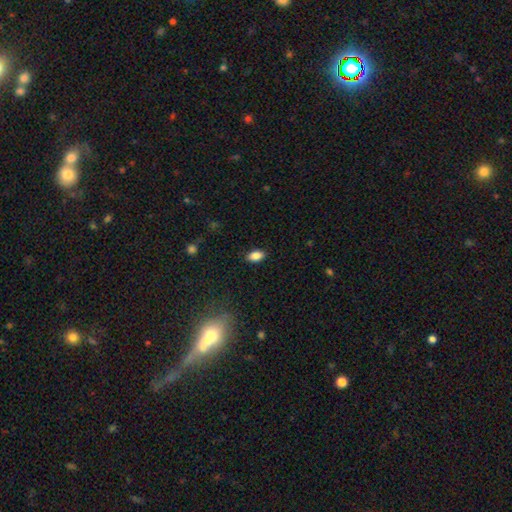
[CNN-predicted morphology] This is clearly a smooth galaxy (86%). How rounded: clearly in between (91%). Merging: clearly none (88%).